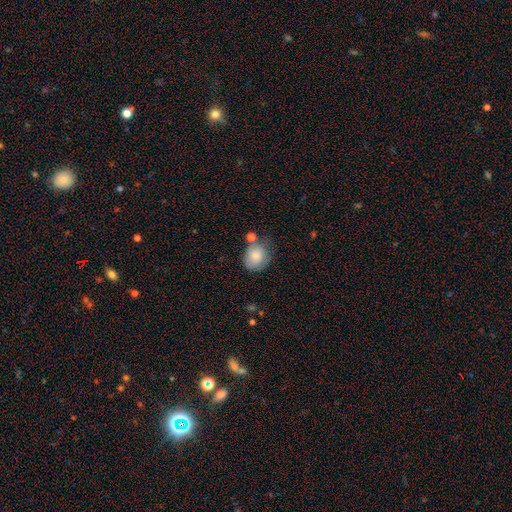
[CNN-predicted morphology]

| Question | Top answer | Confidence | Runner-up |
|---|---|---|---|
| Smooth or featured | smooth | 81% | featured or disk (11%) |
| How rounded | round | 58% | in between (41%) |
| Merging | none | 52% | minor disturbance (27%) |